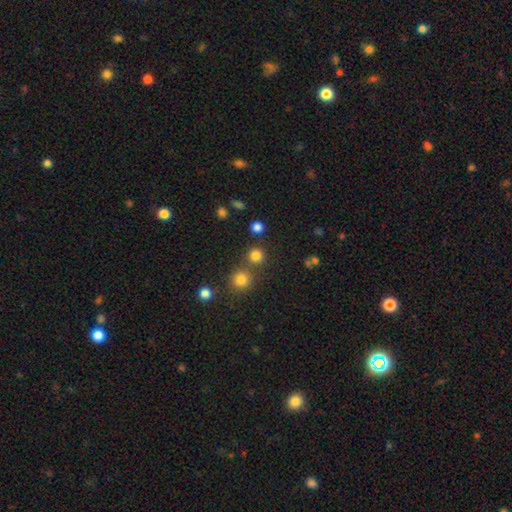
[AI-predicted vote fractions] smooth 79%, star or artifact 16%, featured or disk 5%. Down the decision tree: how rounded — round (93%); merging — none (76%).